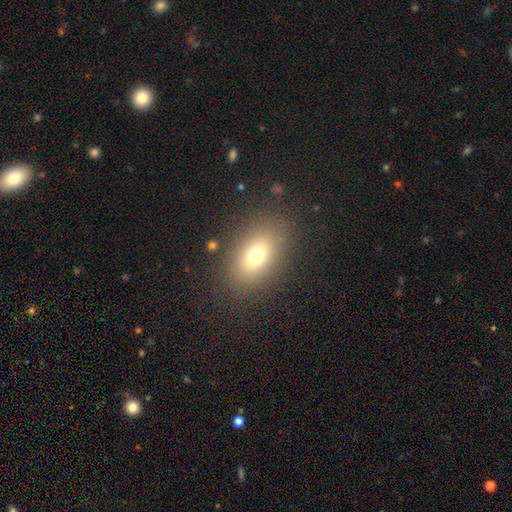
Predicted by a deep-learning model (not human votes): smooth-or-featured: smooth: 73% | featured or disk: 14% | star or artifact: 13%
  how-rounded: in between: 82% | round: 16% | cigar-shaped: 2%
  merging: none: 84% | minor disturbance: 9% | major disturbance: 5% | merger: 2%